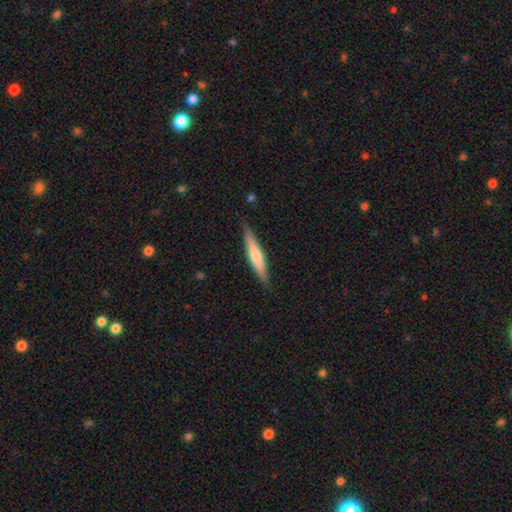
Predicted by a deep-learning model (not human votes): A smooth galaxy with no disk features (52%) that is cigar-shaped (89%). Merging: none (87%).